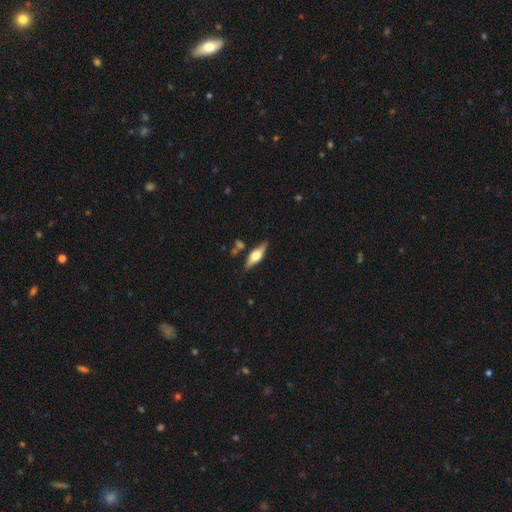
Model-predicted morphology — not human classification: Q: Smooth or featured?
A: featured or disk (55%); runner-up: smooth (39%)
Q: Edge-on disk?
A: yes (90%); runner-up: no (10%)
Q: Merging?
A: none (79%); runner-up: minor disturbance (14%)